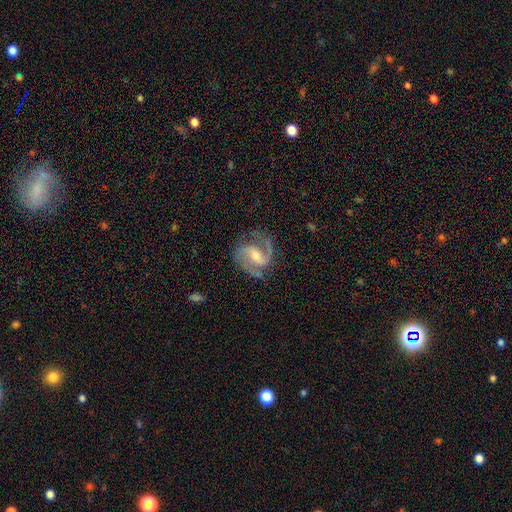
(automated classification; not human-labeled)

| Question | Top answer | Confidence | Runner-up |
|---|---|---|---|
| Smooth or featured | featured or disk | 91% | star or artifact (5%) |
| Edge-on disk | no | 98% | yes (2%) |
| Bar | weak | 48% | no (26%) |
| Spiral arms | yes | 98% | no (2%) |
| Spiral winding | medium | 60% | loose (20%) |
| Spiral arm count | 2 | 86% | 3 (6%) |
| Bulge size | moderate | 57% | small (38%) |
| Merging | none | 74% | minor disturbance (17%) |